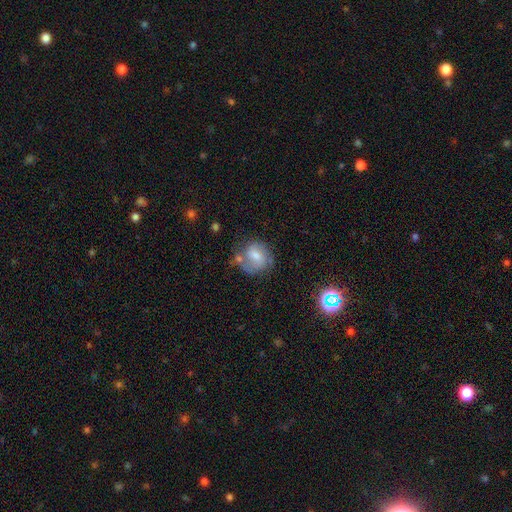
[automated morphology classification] type=smooth (51%); roundness=round (74%); merging=none (52%).